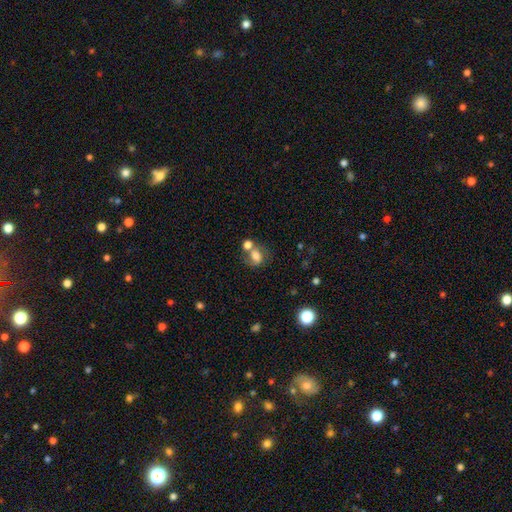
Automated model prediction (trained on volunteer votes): Smooth or featured? Predicted: smooth (p=0.63). How rounded? Predicted: in between (p=0.56). Merging? Predicted: merger (p=0.40).